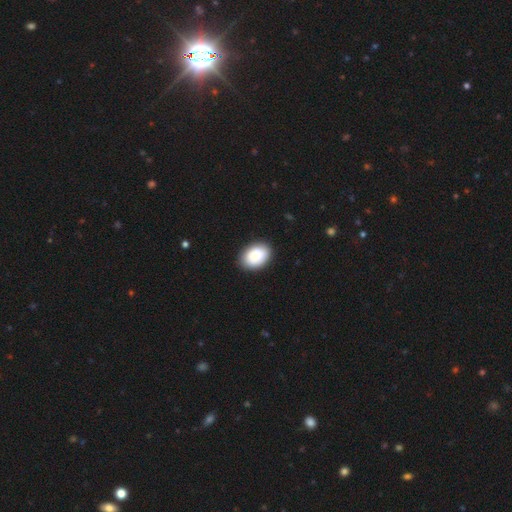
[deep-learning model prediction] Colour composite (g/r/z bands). It shows a smooth galaxy with no disk features (87%) that is in between round and cigar-shaped (81%). Merging: none (87%).